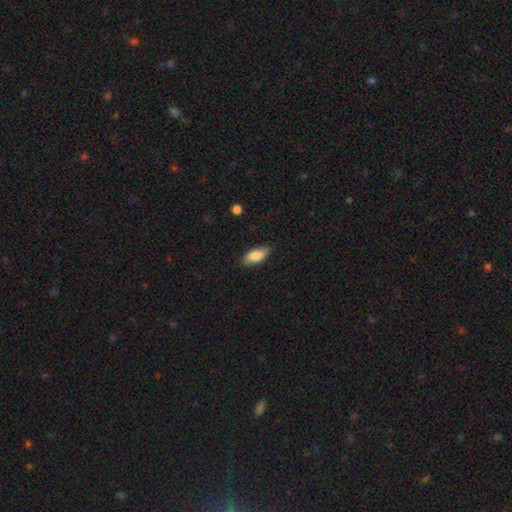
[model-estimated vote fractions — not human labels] Smooth or featured? smooth (83%)
How rounded? in between (83%)
Merging? none (84%)